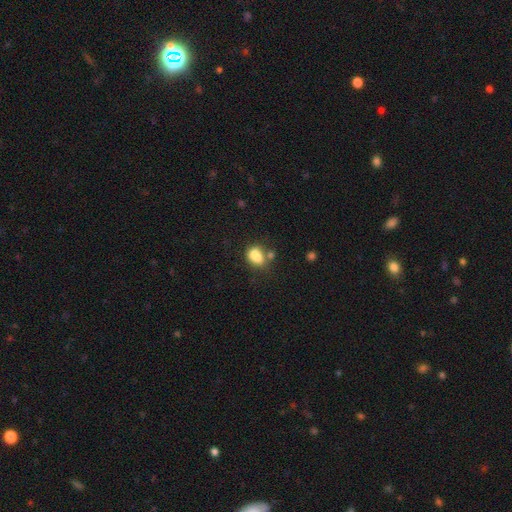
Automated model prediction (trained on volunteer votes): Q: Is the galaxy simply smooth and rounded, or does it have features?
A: smooth — 81%.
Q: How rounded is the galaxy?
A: in between — 73%.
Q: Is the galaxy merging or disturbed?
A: none — 43%.